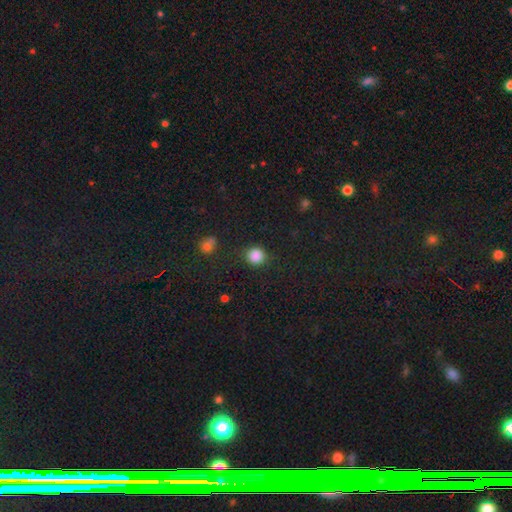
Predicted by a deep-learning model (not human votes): A smooth galaxy with no disk features (86%) that is round (91%). Merging: none (85%).